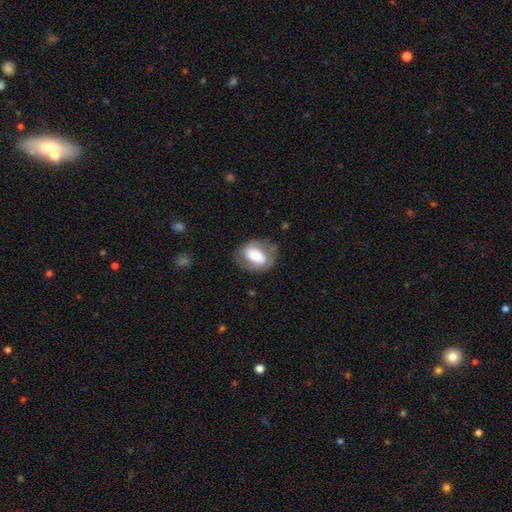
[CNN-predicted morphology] Q: Smooth or featured?
A: smooth (55%); runner-up: featured or disk (38%)
Q: How rounded?
A: in between (75%); runner-up: round (23%)
Q: Merging?
A: none (66%); runner-up: minor disturbance (21%)